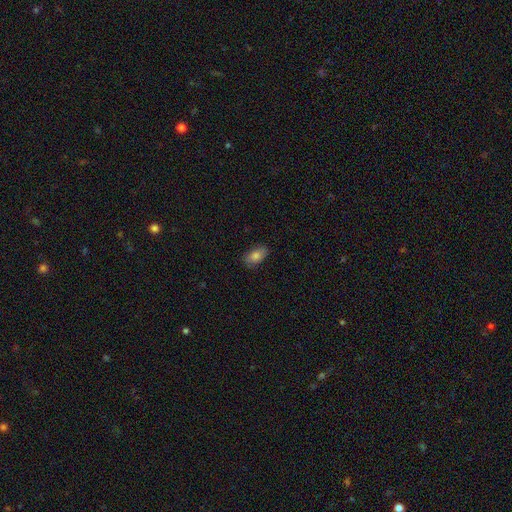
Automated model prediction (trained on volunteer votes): A smooth galaxy with no disk features (81%) that is in between round and cigar-shaped (91%). Merging: none (81%).